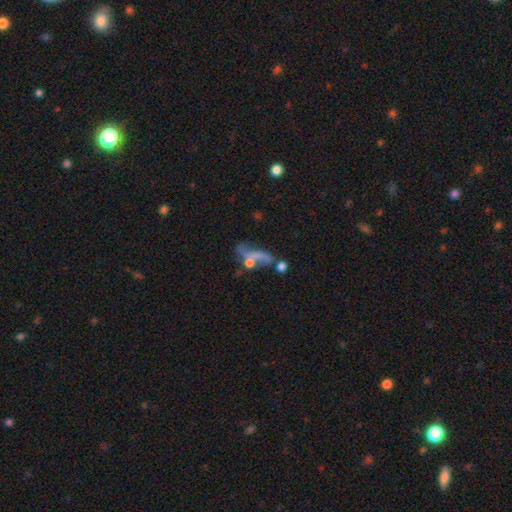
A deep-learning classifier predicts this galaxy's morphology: type=featured or disk (51%); edge-on=no (79%); merging=major disturbance (30%).